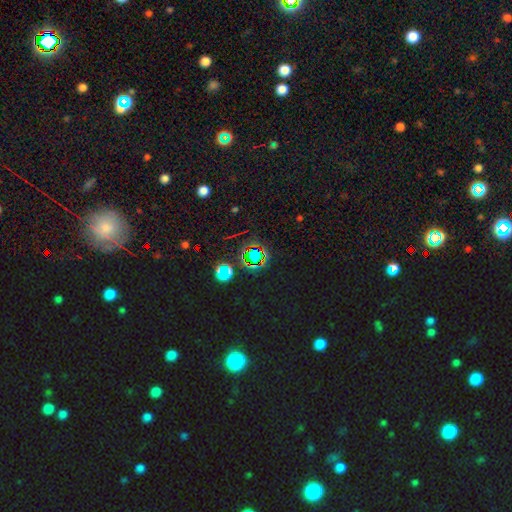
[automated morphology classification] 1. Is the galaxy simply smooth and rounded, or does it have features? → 75% star or artifact, 15% smooth, 10% featured or disk.